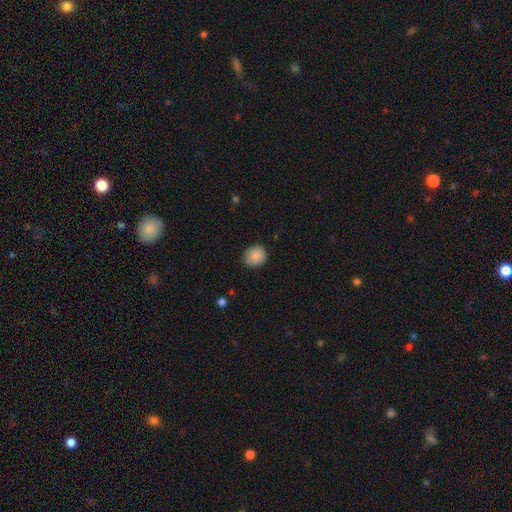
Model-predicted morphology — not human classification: A smooth galaxy with no disk features (87%) that is round (77%).

Vote fractions:
- Smooth or featured? smooth: 87% / star or artifact: 8% / featured or disk: 5%
- How rounded? round: 77% / in between: 22% / cigar-shaped: 1%
- Merging? none: 86% / minor disturbance: 11% / major disturbance: 2% / merger: 1%